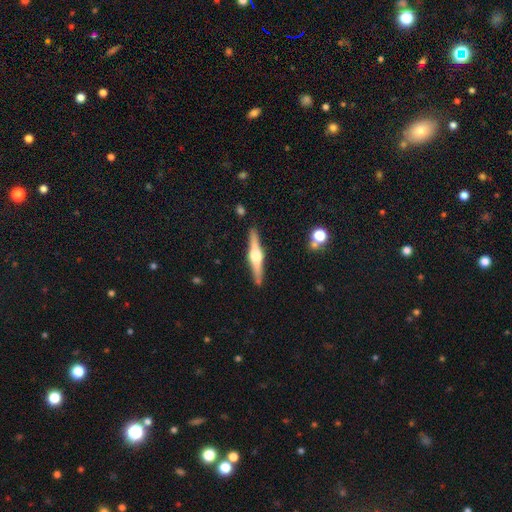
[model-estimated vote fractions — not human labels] smooth-or-featured: featured or disk: 74% | smooth: 21% | star or artifact: 5%
  disk-edge-on: yes: 98% | no: 2%
    edge-on-bulge: rounded: 94% | boxy: 4% | none: 2%
  merging: none: 89% | minor disturbance: 8% | merger: 2% | major disturbance: 2%